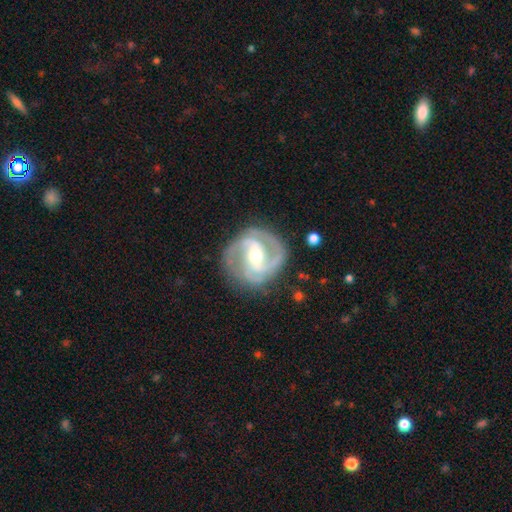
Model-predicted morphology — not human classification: A featured or disk galaxy (90%) with a weak bar (45%), 2 (46%) medium (47%) spiral arms (97%) and a moderate central bulge (63%).

Vote fractions:
- Smooth or featured? featured or disk: 90% / smooth: 6% / star or artifact: 4%
- Edge-on disk? no: 98% / yes: 2%
- Bar? weak: 45% / strong: 32% / no: 23%
- Spiral arms? yes: 97% / no: 3%
- Spiral winding? medium: 47% / tight: 42% / loose: 10%
- Spiral arm count? 2: 46% / 3: 36% / can't tell: 8% / 4: 4% / 1: 3% / more than 4: 3%
- Bulge size? moderate: 63% / small: 32% / large: 3% / none: 1% / dominant: 1%
- Merging? none: 80% / minor disturbance: 13% / major disturbance: 5% / merger: 1%